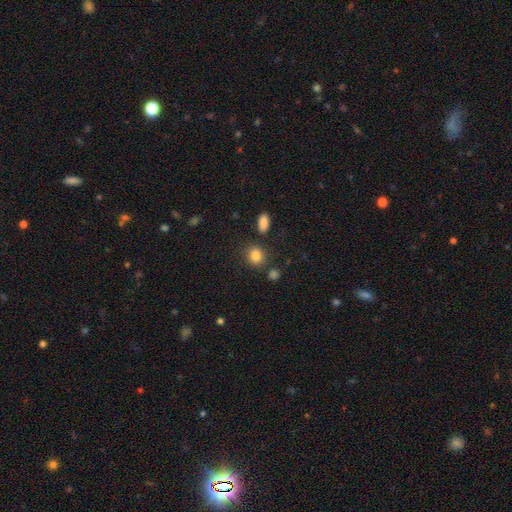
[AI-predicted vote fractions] smooth 84%, star or artifact 10%, featured or disk 5%. Down the decision tree: how rounded — round (79%); merging — none (81%).